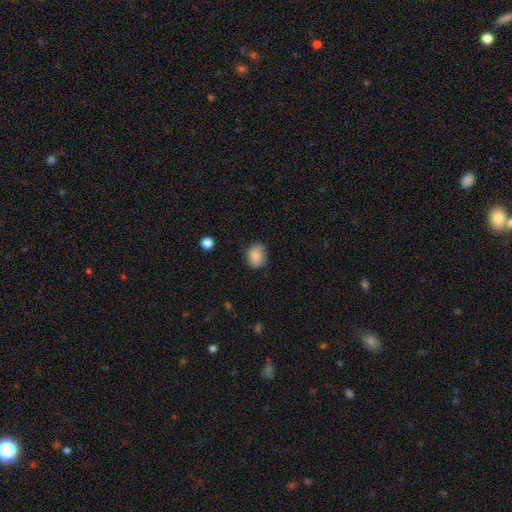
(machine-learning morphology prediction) Smooth or featured? smooth (83%)
How rounded? round (50%)
Merging? none (63%)